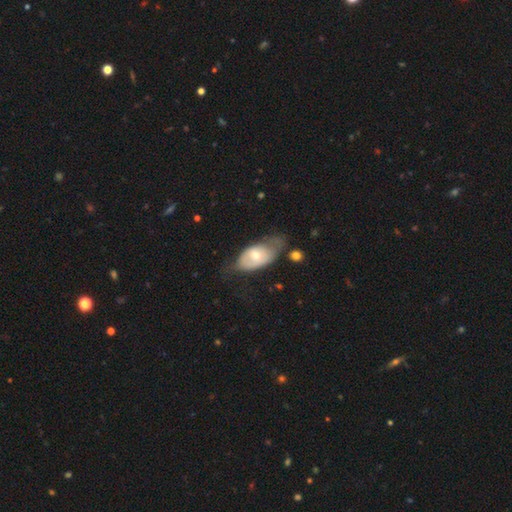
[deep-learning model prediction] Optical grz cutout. It shows a smooth galaxy with no disk features (52%) that is in between round and cigar-shaped (89%). Merging: none (34%).